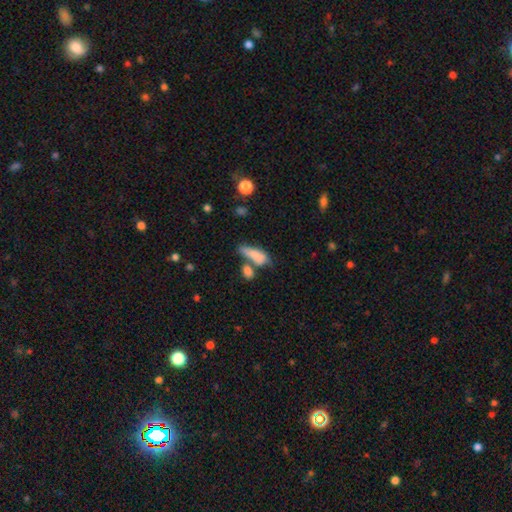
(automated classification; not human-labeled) smooth_or_featured: smooth (p=0.76) [alt: featured or disk p=0.16]
how_rounded: in between (p=0.55) [alt: cigar-shaped p=0.40]
merging: merger (p=0.38) [alt: none p=0.31]